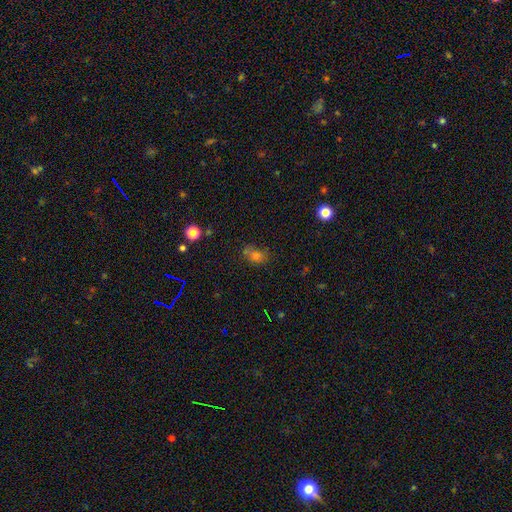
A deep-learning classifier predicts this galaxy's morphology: The model was most divided on "how rounded": in between: 54%, round: 44%, cigar-shaped: 2%. More confident: smooth or featured — smooth (64%); merging — none (56%).